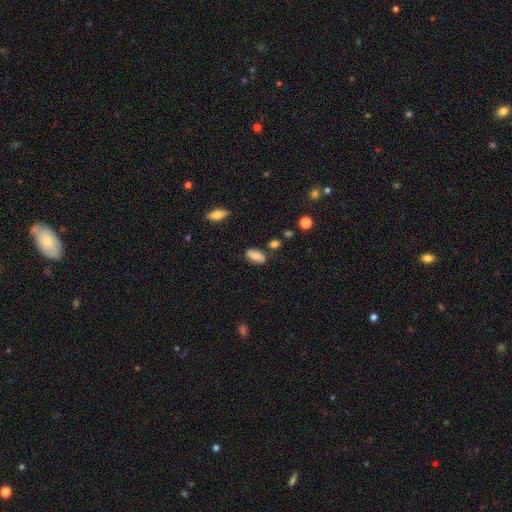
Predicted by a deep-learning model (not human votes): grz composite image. It shows a smooth galaxy with no disk features (76%) that is in between round and cigar-shaped (90%). Merging: none (75%).